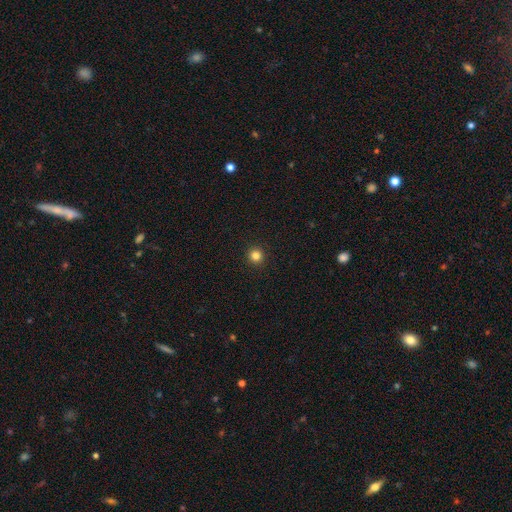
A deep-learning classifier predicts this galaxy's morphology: smooth_or_featured: smooth (p=0.83) [alt: star or artifact p=0.13]
how_rounded: round (p=0.96) [alt: in between p=0.03]
merging: none (p=0.94) [alt: minor disturbance p=0.04]